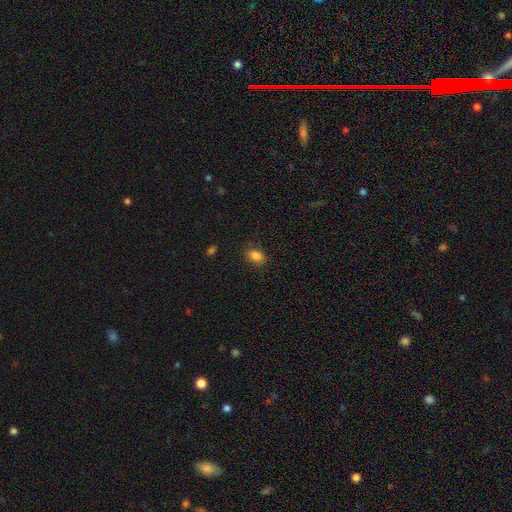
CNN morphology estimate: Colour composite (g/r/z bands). It shows a smooth galaxy with no disk features (85%) that is in between round and cigar-shaped (82%). Merging: none (84%).